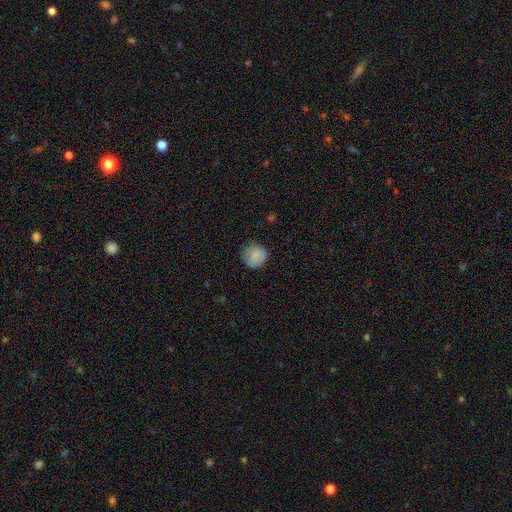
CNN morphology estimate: smooth_or_featured: smooth (p=0.82) [alt: featured or disk p=0.11]
how_rounded: round (p=0.93) [alt: in between p=0.06]
merging: none (p=0.79) [alt: minor disturbance p=0.17]